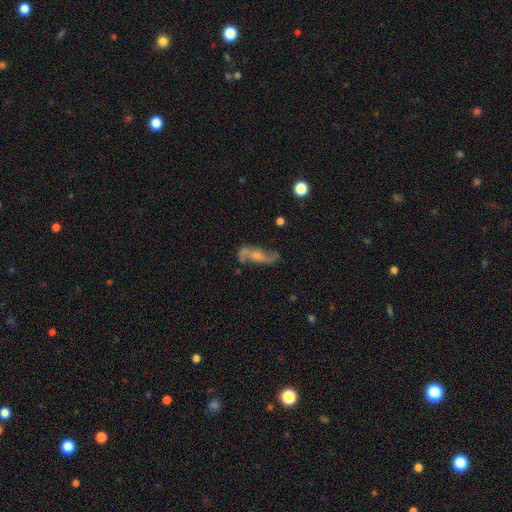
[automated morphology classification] smooth-or-featured: featured or disk: 77% | smooth: 15% | star or artifact: 8%
  disk-edge-on: no: 89% | yes: 11%
    bar: no: 59% | weak: 32% | strong: 9%
    has-spiral-arms: yes: 92% | no: 8%
      spiral-winding: loose: 74% | medium: 20% | tight: 6%
      spiral-arm-count: 2: 91% | can't tell: 4% | 1: 2% | 3: 1% | 4: 1% | more than 4: 1%
    bulge-size: moderate: 39% | small: 37% | none: 15% | large: 7% | dominant: 2%
  merging: none: 69% | minor disturbance: 18% | major disturbance: 10% | merger: 4%